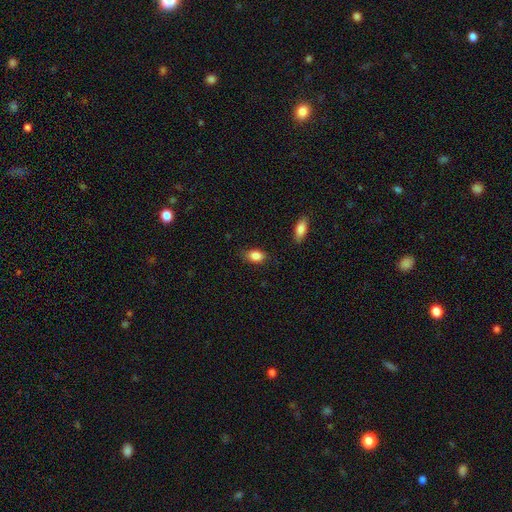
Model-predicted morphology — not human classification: smooth-or-featured: smooth: 86% | star or artifact: 8% | featured or disk: 6%
  how-rounded: in between: 83% | round: 15% | cigar-shaped: 2%
  merging: none: 79% | minor disturbance: 16% | major disturbance: 3% | merger: 2%